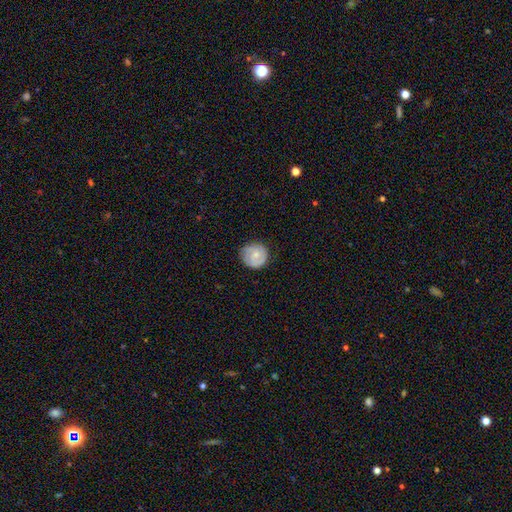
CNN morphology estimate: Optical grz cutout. It shows a smooth galaxy with no disk features (60%) that is round (89%). Merging: none (73%).